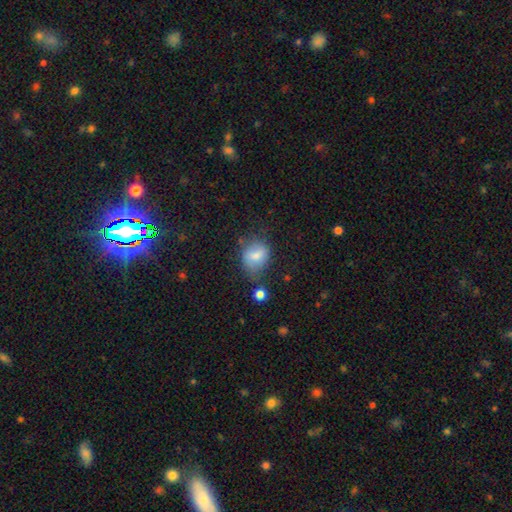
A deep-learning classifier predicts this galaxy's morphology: Smooth or featured?
  - smooth: 73% *
  - featured or disk: 18%
  - star or artifact: 10%
How rounded?
  - round: 51% *
  - in between: 48%
  - cigar-shaped: 2%
Merging?
  - none: 54% *
  - minor disturbance: 28%
  - major disturbance: 12%
  - merger: 6%